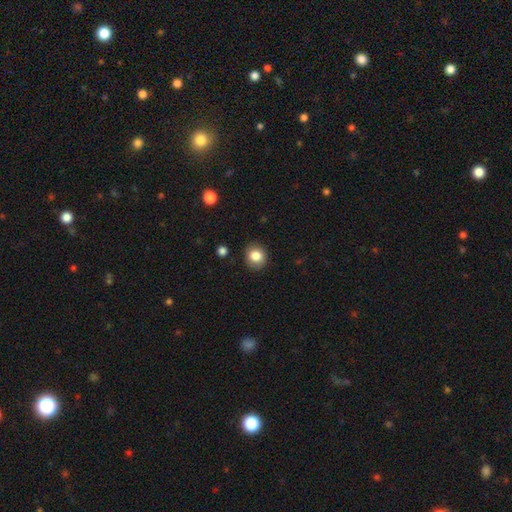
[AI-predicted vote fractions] smooth_or_featured: smooth (p=0.84) [alt: star or artifact p=0.10]
how_rounded: round (p=0.78) [alt: in between p=0.21]
merging: none (p=0.88) [alt: minor disturbance p=0.09]